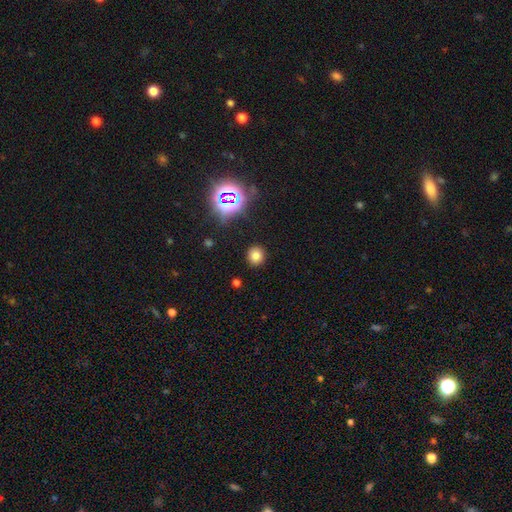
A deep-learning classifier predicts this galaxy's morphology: This is likely a smooth galaxy (74%). How rounded: clearly round (86%). Merging: clearly none (89%).